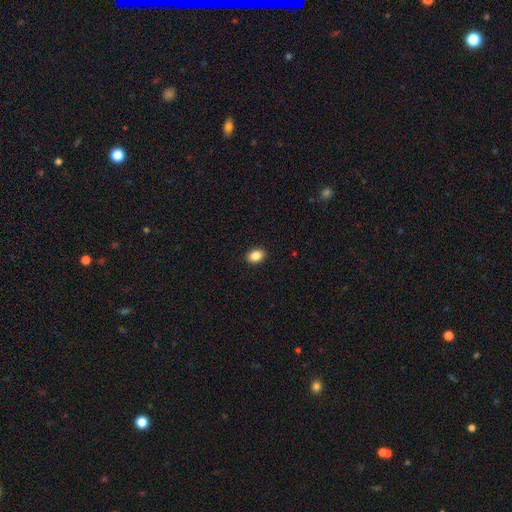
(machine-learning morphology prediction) type=smooth (86%); roundness=in between (70%); merging=none (91%).